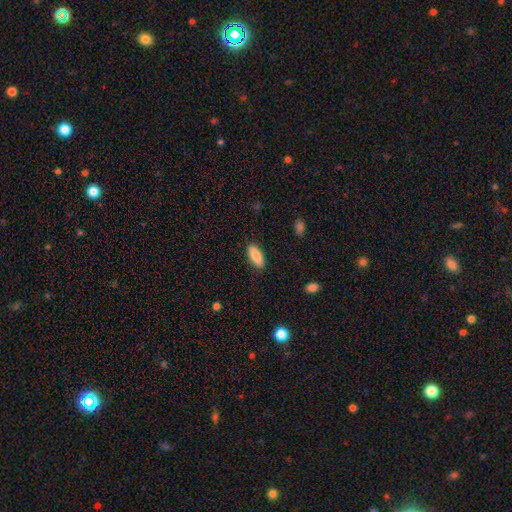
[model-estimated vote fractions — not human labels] This appears to be a smooth galaxy with no disk features (87%) that is in between round and cigar-shaped (74%). Merging: none (87%).